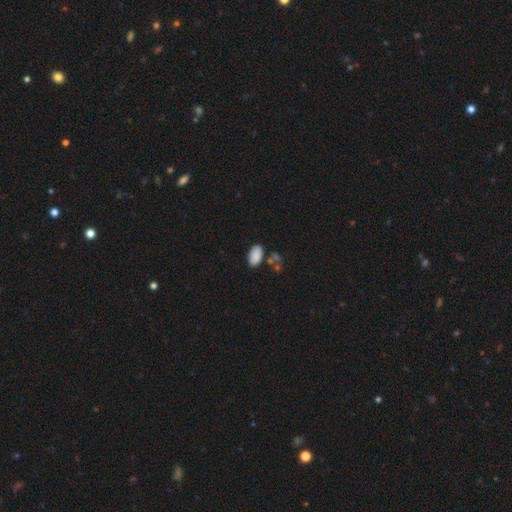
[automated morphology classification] smooth_or_featured: smooth (p=0.87) [alt: star or artifact p=0.08]
how_rounded: in between (p=0.95) [alt: round p=0.04]
merging: none (p=0.72) [alt: minor disturbance p=0.15]